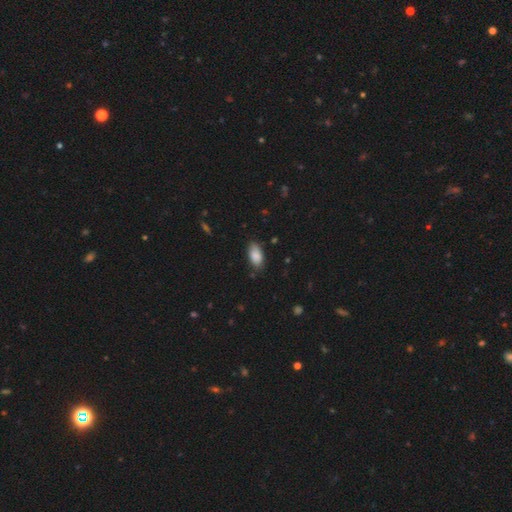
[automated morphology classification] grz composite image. It shows a smooth galaxy with no disk features (87%) that is in between round and cigar-shaped (93%). Merging: none (77%).